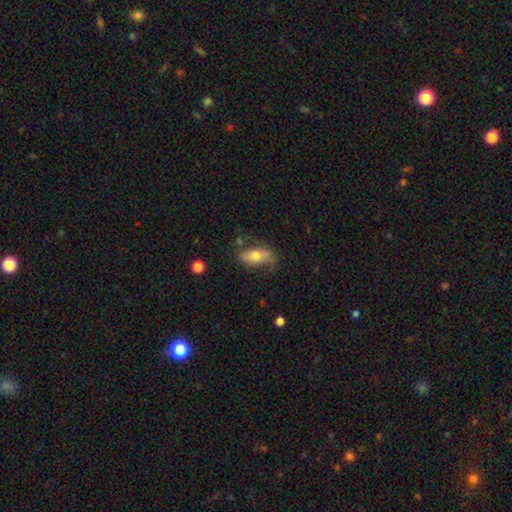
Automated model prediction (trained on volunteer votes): Smooth or featured? smooth (59%)
How rounded? in between (86%)
Merging? none (58%)